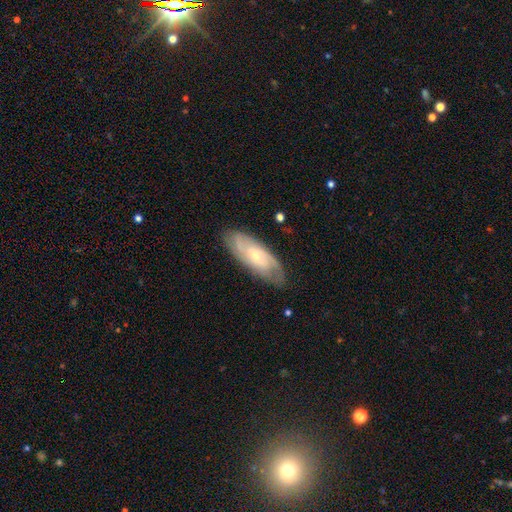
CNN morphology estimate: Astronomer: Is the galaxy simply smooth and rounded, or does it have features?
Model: featured or disk — 70%.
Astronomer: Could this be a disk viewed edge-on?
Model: no — 87%.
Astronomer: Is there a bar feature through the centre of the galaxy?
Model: no — 54% (runner-up: weak, 37%).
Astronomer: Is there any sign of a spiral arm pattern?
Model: yes — 90%.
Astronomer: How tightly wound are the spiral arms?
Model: tight — 50% (runner-up: medium, 37%).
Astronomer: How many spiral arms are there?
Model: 2 — 41% (runner-up: can't tell, 35%).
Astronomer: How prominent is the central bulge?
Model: small — 66%.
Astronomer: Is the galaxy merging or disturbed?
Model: none — 79%.